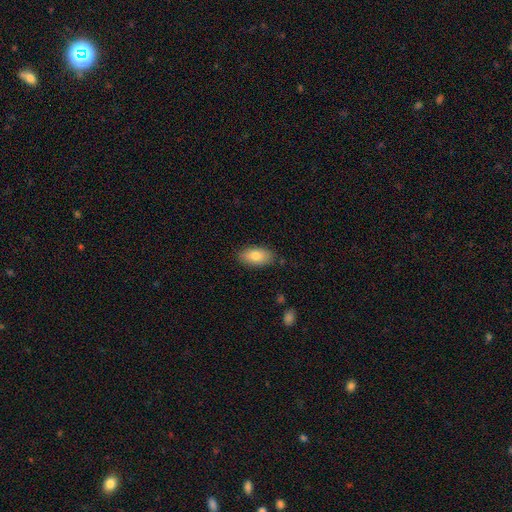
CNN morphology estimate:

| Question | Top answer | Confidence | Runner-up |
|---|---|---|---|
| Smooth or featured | smooth | 82% | featured or disk (12%) |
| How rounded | in between | 92% | cigar-shaped (5%) |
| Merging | none | 84% | minor disturbance (12%) |